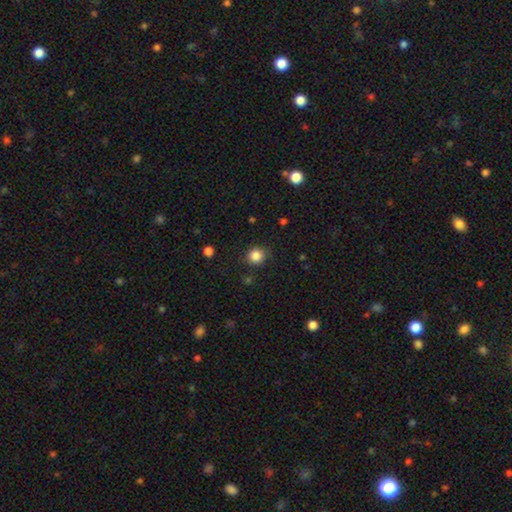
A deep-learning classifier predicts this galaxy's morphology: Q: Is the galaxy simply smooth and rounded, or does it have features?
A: smooth — 85%.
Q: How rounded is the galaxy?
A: round — 92%.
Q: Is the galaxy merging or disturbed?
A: none — 87%.